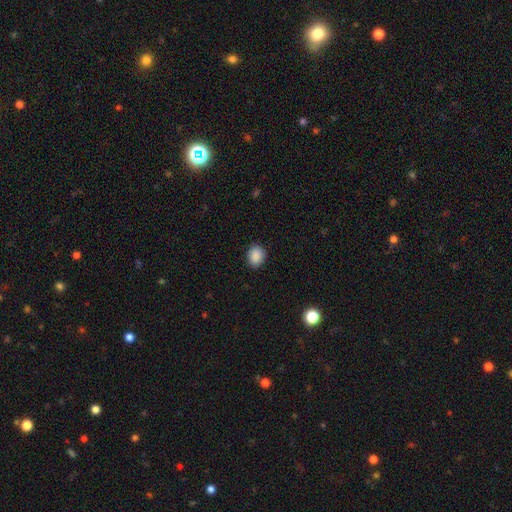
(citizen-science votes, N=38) smooth_or_featured: smooth (p=0.95) [alt: star or artifact p=0.05]
how_rounded: in between (p=0.64) [alt: round p=0.36]
merging: none (p=0.81) [alt: minor disturbance p=0.14]